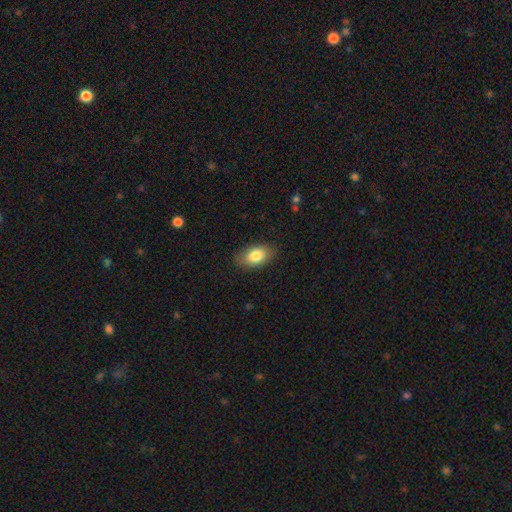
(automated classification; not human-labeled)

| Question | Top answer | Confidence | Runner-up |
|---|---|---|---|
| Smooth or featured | smooth | 82% | featured or disk (11%) |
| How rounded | in between | 92% | round (6%) |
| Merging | none | 85% | minor disturbance (12%) |